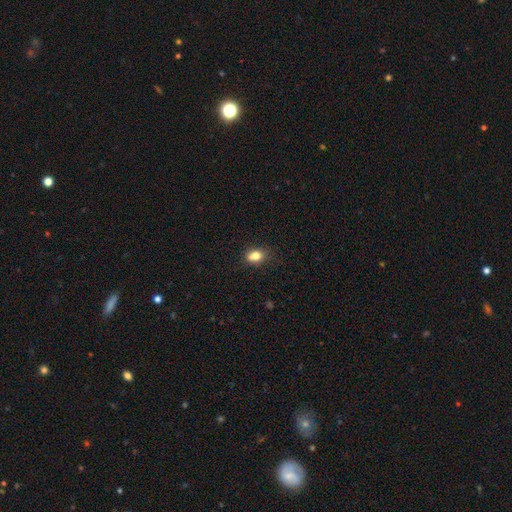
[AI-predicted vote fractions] Smooth or featured? Predicted: smooth (p=0.81). How rounded? Predicted: in between (p=0.70). Merging? Predicted: none (p=0.72).